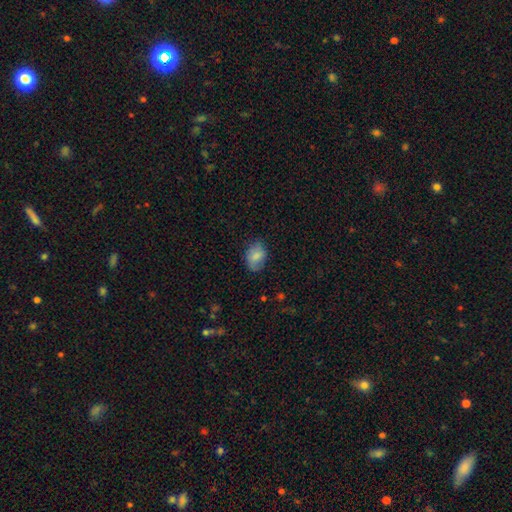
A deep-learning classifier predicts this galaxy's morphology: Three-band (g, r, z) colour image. It shows a smooth galaxy with no disk features (82%) that is in between round and cigar-shaped (75%). Merging: none (75%).